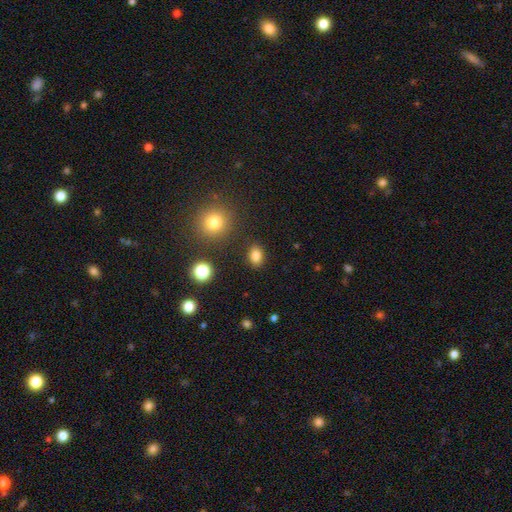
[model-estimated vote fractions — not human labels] Smooth or featured: smooth — 83% (star or artifact — 12%)
How rounded: in between — 66% (round — 33%)
Merging: none — 87% (minor disturbance — 8%)